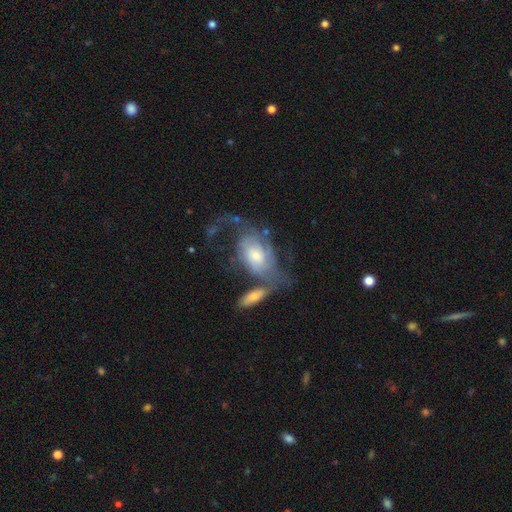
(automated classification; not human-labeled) smooth-or-featured: featured or disk: 70% | smooth: 24% | star or artifact: 7%
  disk-edge-on: no: 94% | yes: 6%
    bar: no: 69% | weak: 26% | strong: 5%
    has-spiral-arms: yes: 82% | no: 18%
      spiral-winding: medium: 37% | loose: 34% | tight: 29%
      spiral-arm-count: can't tell: 40% | 2: 33% | 3: 9% | 1: 9% | 4: 4% | more than 4: 3%
    bulge-size: moderate: 43% | small: 40% | large: 11% | none: 3% | dominant: 2%
  merging: major disturbance: 36% | none: 25% | merger: 22% | minor disturbance: 16%